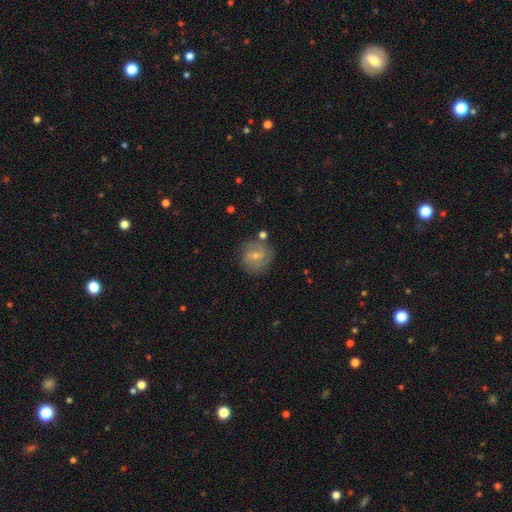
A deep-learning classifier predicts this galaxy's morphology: type=featured or disk (53%); edge-on=no (97%); bar=weak (50%); spiral arms=yes (83%); bulge=small (63%); merging=none (72%).